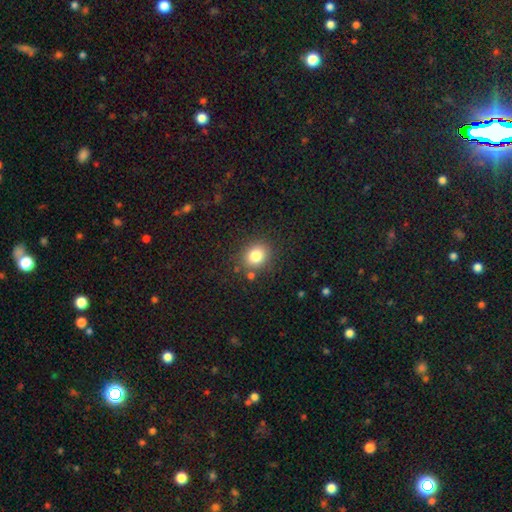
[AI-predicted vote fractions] Smooth or featured: smooth — 81% (star or artifact — 12%)
How rounded: round — 70% (in between — 29%)
Merging: none — 83% (minor disturbance — 10%)